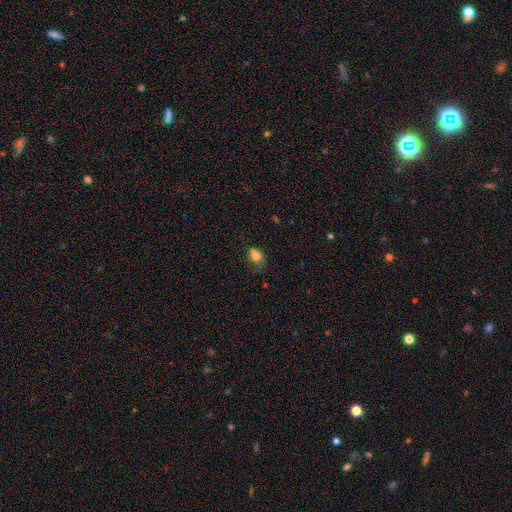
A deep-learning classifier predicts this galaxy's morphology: Smooth or featured?
  - smooth: 79% *
  - star or artifact: 11%
  - featured or disk: 10%
How rounded?
  - in between: 57% *
  - round: 41%
  - cigar-shaped: 1%
Merging?
  - none: 42% *
  - minor disturbance: 34%
  - major disturbance: 17%
  - merger: 7%